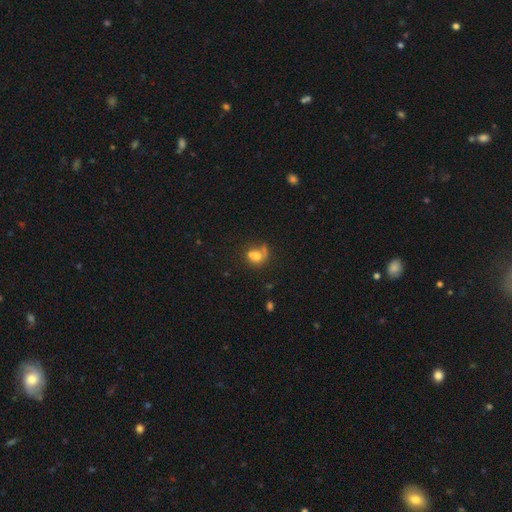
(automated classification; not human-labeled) Overall: smooth (67%). How rounded: in between (53%; round 45%). Merging: none (34%; merger 28%).